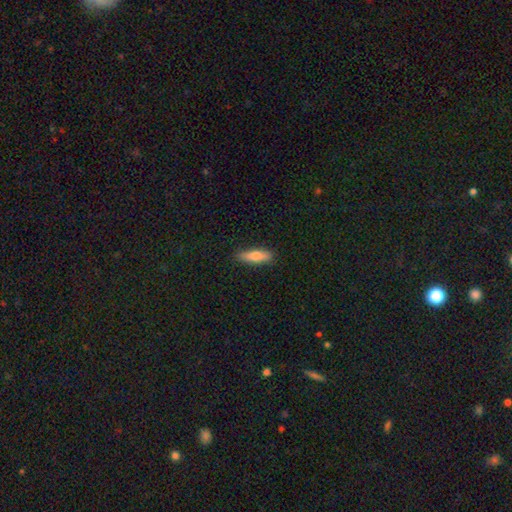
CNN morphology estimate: type=smooth (72%); roundness=cigar-shaped (67%); merging=none (86%).